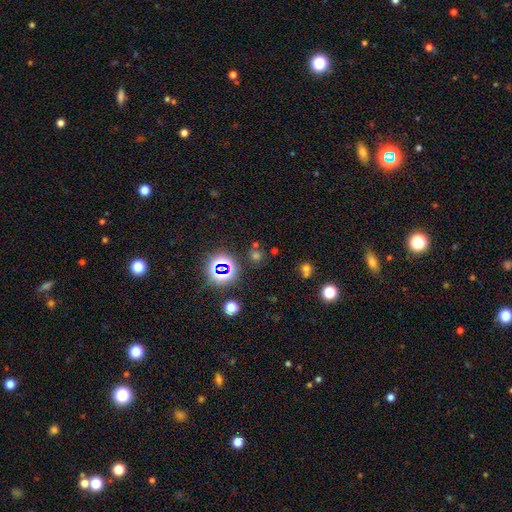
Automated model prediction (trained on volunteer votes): A star or artifact, not a galaxy (49%).

Vote fractions:
- Smooth or featured? star or artifact: 49% / smooth: 43% / featured or disk: 7%